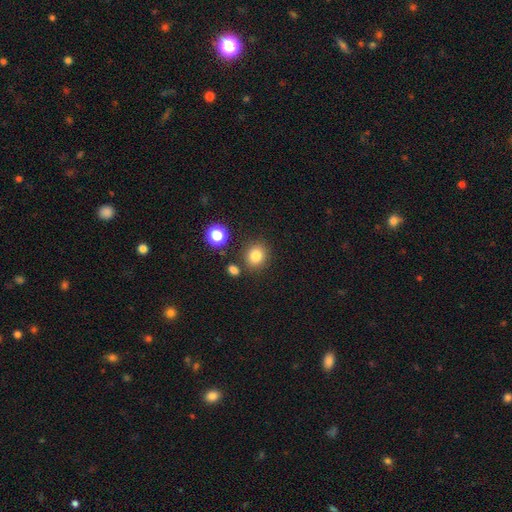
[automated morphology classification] Smooth or featured: smooth — 81% (star or artifact — 13%)
How rounded: round — 74% (in between — 25%)
Merging: none — 81% (minor disturbance — 9%)